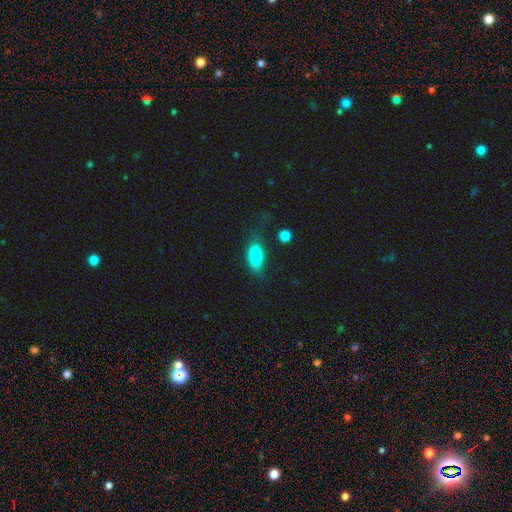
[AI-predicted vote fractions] Smooth or featured? Predicted: smooth (p=0.84). How rounded? Predicted: in between (p=0.86). Merging? Predicted: none (p=0.54).